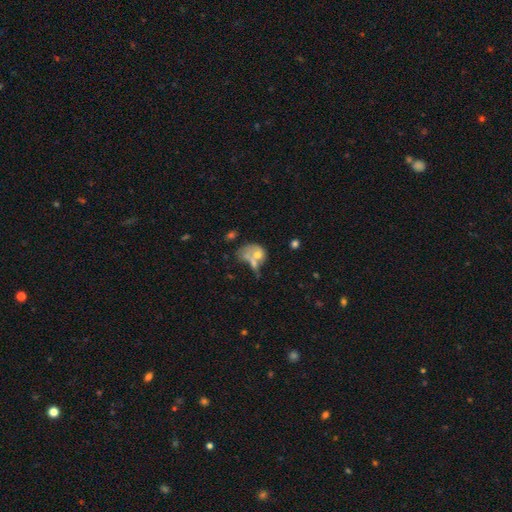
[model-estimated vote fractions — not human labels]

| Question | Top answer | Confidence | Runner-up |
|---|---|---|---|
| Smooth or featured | smooth | 51% | featured or disk (39%) |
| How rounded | in between | 63% | round (36%) |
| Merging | merger | 50% | major disturbance (24%) |